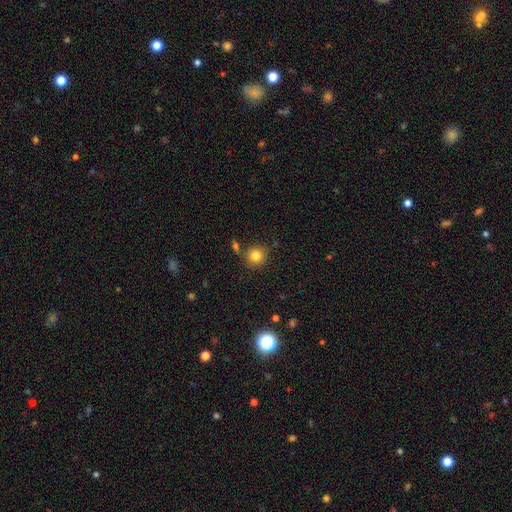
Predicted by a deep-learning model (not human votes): This appears to be a smooth galaxy with no disk features (81%) that is round (87%). Merging: none (77%).